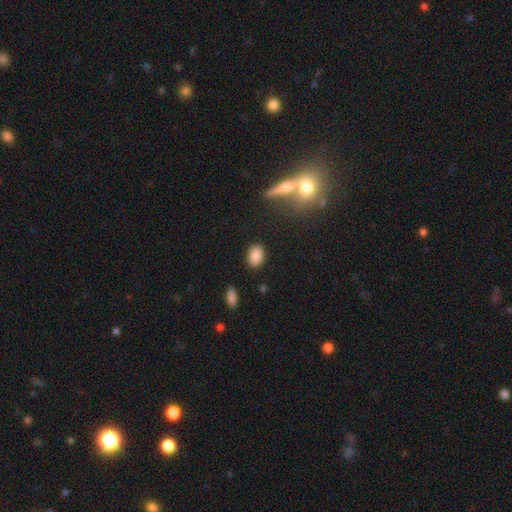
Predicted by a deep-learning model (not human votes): Smooth or featured: smooth — 87% (star or artifact — 8%)
How rounded: in between — 81% (round — 18%)
Merging: none — 87% (minor disturbance — 9%)